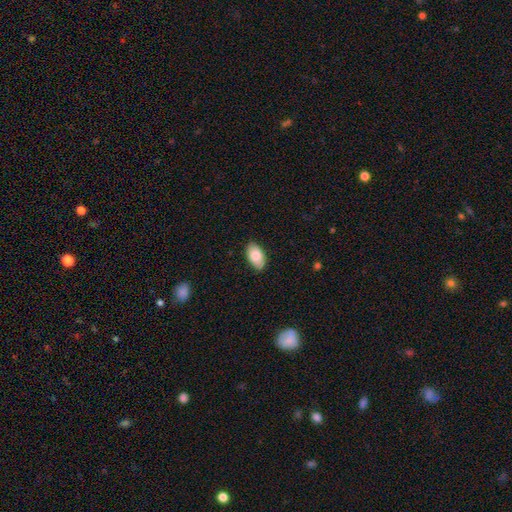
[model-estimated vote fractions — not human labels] Smooth or featured: smooth — 85% (featured or disk — 9%)
How rounded: in between — 95% (round — 3%)
Merging: none — 86% (minor disturbance — 11%)